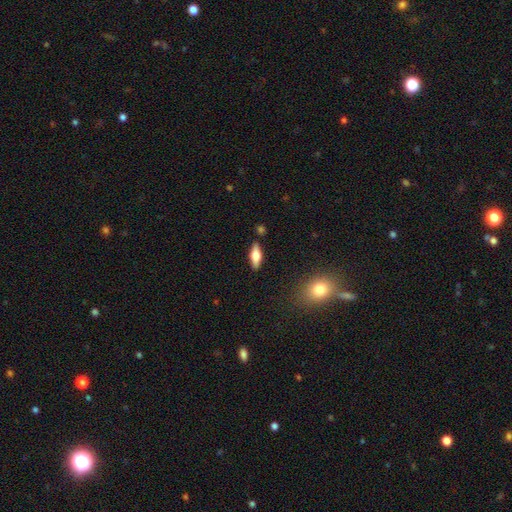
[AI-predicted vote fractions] Smooth or featured? smooth (55%)
How rounded? in between (63%)
Merging? none (86%)